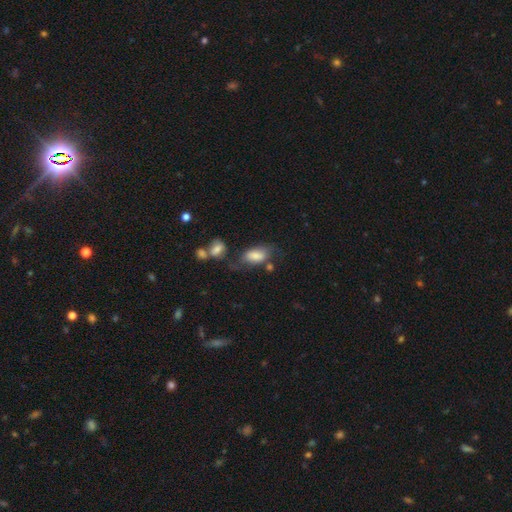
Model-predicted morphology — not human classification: smooth_or_featured: smooth (p=0.77) [alt: featured or disk p=0.15]
how_rounded: in between (p=0.90) [alt: round p=0.05]
merging: none (p=0.45) [alt: minor disturbance p=0.26]